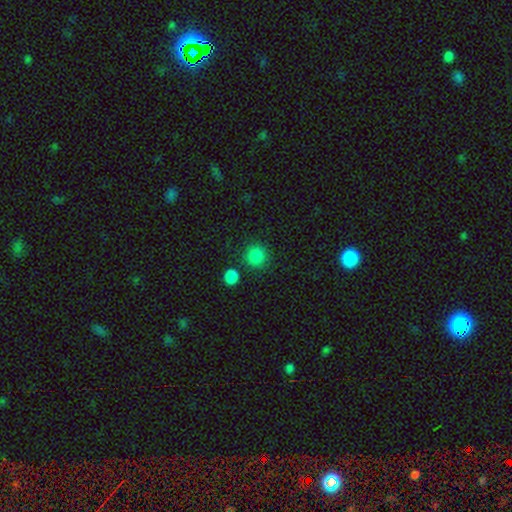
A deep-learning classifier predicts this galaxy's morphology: Smooth or featured? Predicted: smooth (p=0.85). How rounded? Predicted: round (p=0.91). Merging? Predicted: none (p=0.84).